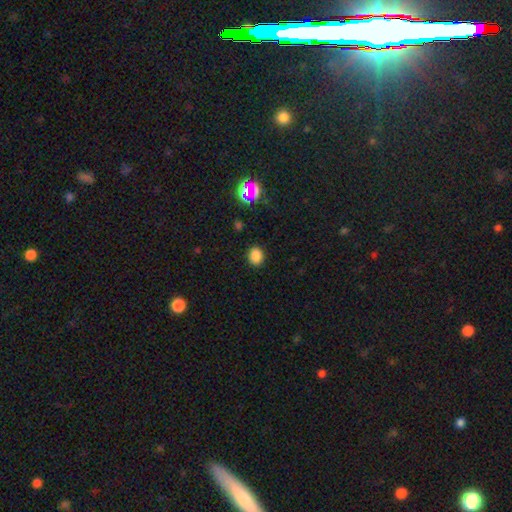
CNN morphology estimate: A smooth galaxy with no disk features (82%) that is round (53%).

Vote fractions:
- Smooth or featured? smooth: 82% / star or artifact: 14% / featured or disk: 4%
- How rounded? round: 53% / in between: 46% / cigar-shaped: 1%
- Merging? none: 87% / minor disturbance: 9% / major disturbance: 3% / merger: 1%